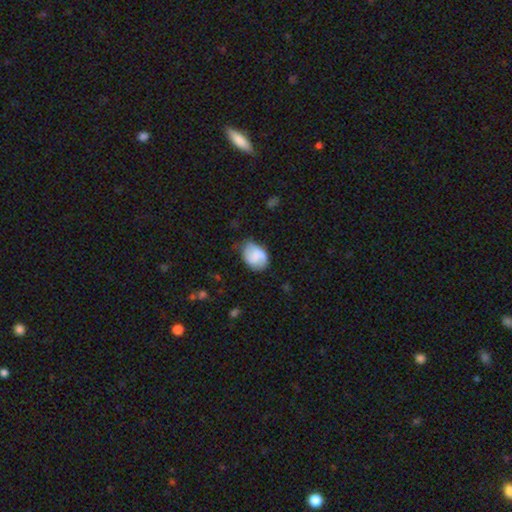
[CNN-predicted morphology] Smooth or featured? Predicted: smooth (p=0.62). How rounded? Predicted: in between (p=0.70). Merging? Predicted: none (p=0.63).